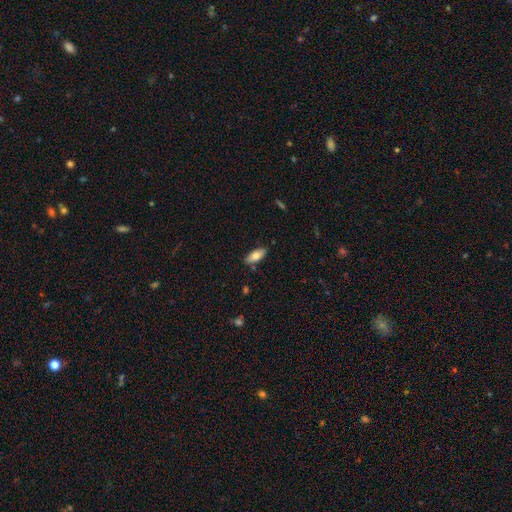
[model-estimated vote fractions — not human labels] Q: Smooth or featured?
A: smooth (78%); runner-up: featured or disk (16%)
Q: How rounded?
A: in between (81%); runner-up: cigar-shaped (17%)
Q: Merging?
A: none (84%); runner-up: minor disturbance (12%)